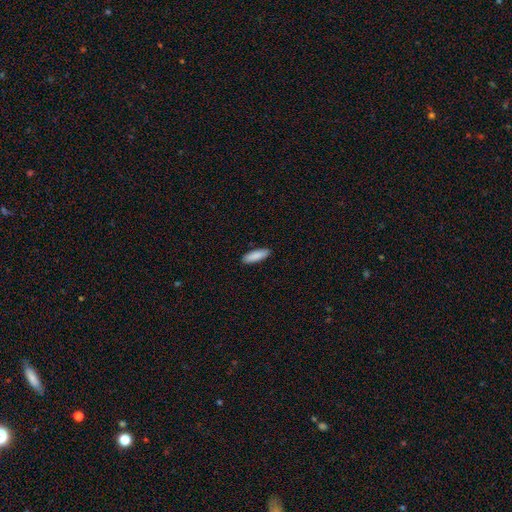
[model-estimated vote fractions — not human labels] smooth_or_featured: smooth (p=0.89) [alt: star or artifact p=0.05]
how_rounded: cigar-shaped (p=0.53) [alt: in between p=0.46]
merging: none (p=0.90) [alt: minor disturbance p=0.07]